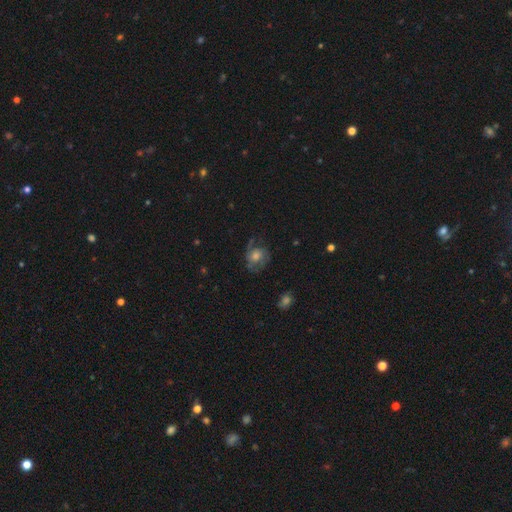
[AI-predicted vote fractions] This is likely a featured or disk galaxy (64%). It is clearly not viewed edge-on (97%). Bar: likely no (68%). Spiral arm pattern: clearly yes (85%). Spiral arm count: possibly 2 (56%). Spiral winding: possibly medium (46%). Central bulge: possibly moderate (53%). Merging: likely none (62%).